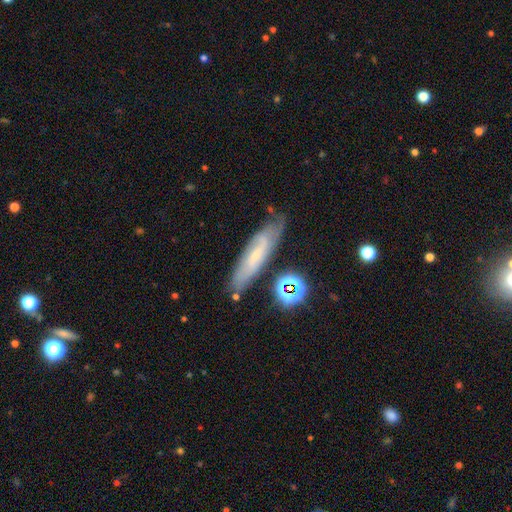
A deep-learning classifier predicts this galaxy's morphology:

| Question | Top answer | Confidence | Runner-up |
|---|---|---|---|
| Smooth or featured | featured or disk | 58% | smooth (31%) |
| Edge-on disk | no | 66% | yes (34%) |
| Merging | none | 70% | minor disturbance (20%) |